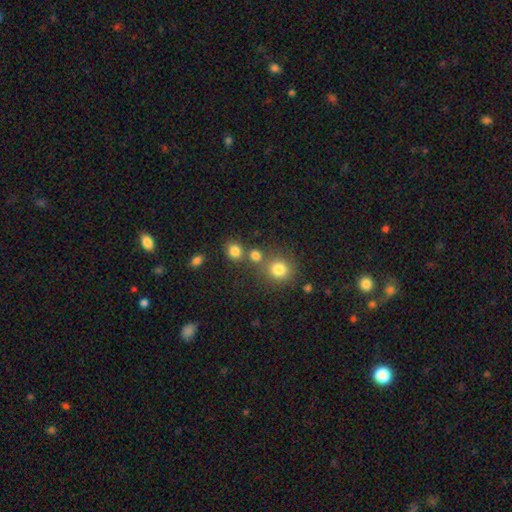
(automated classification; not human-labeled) The model was most divided on "merging": none: 66%, merger: 23%, minor disturbance: 8%, major disturbance: 4%. More confident: how rounded — round (84%); smooth or featured — smooth (79%).